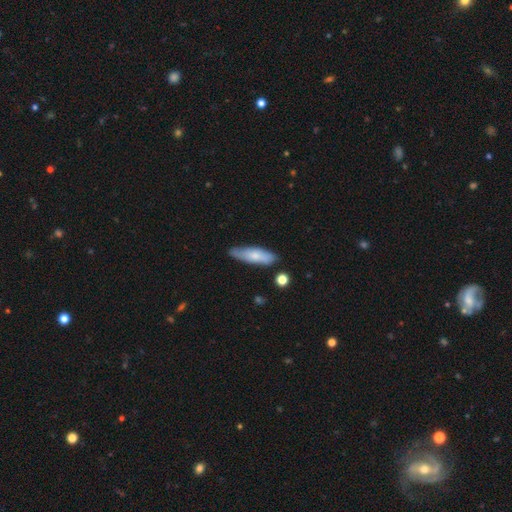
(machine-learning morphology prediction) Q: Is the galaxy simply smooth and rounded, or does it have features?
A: smooth — 70%.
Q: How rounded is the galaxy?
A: cigar-shaped — 58%.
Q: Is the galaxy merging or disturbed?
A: none — 75%.